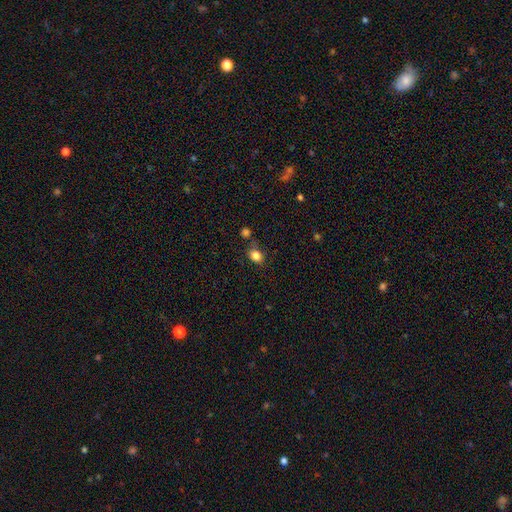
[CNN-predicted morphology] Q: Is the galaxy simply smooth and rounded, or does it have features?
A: smooth — 84%.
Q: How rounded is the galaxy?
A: in between — 57%.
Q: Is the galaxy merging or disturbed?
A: none — 67%.